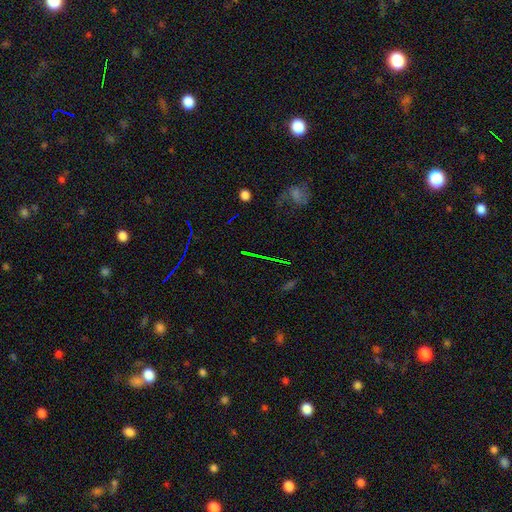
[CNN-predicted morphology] Overall: star or artifact (63%).